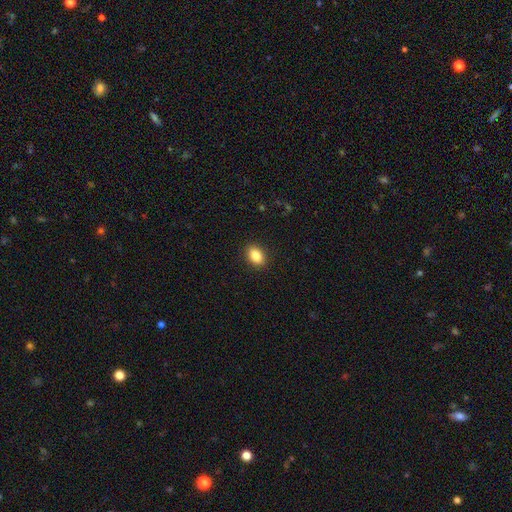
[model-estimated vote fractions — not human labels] smooth_or_featured: smooth (p=0.86) [alt: star or artifact p=0.08]
how_rounded: in between (p=0.81) [alt: round p=0.18]
merging: none (p=0.90) [alt: minor disturbance p=0.07]